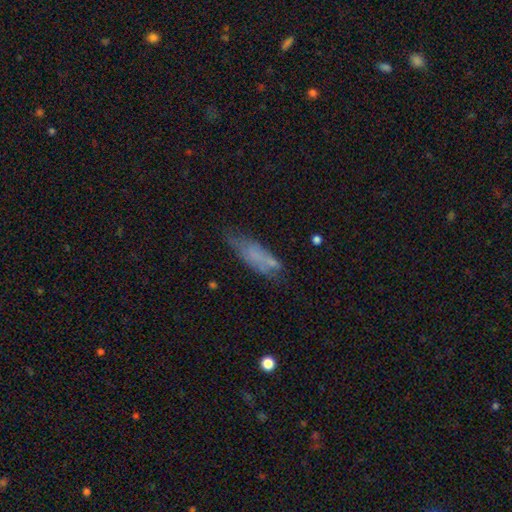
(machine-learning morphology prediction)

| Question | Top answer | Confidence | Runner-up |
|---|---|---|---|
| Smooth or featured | smooth | 56% | featured or disk (33%) |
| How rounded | in between | 49% | cigar-shaped (48%) |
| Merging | none | 52% | minor disturbance (28%) |